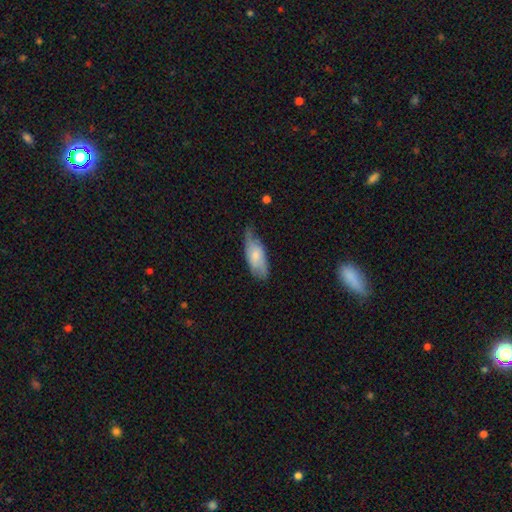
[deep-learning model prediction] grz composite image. It shows a smooth galaxy with no disk features (62%) that is in between round and cigar-shaped (83%). Merging: none (51%).